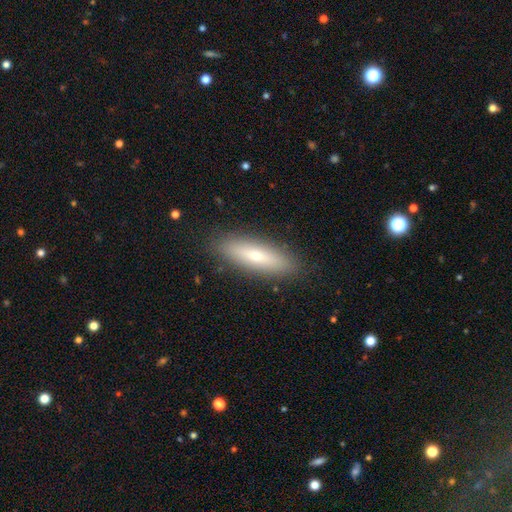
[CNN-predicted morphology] smooth_or_featured: smooth (p=0.63) [alt: featured or disk p=0.30]
how_rounded: cigar-shaped (p=0.61) [alt: in between p=0.36]
merging: none (p=0.88) [alt: minor disturbance p=0.08]